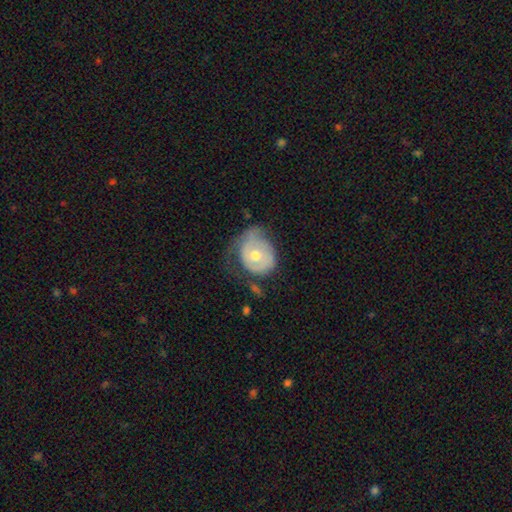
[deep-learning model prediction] featured or disk 52%, smooth 42%, star or artifact 6%. Down the decision tree: edge-on disk — no (96%); merging — minor disturbance (35%).